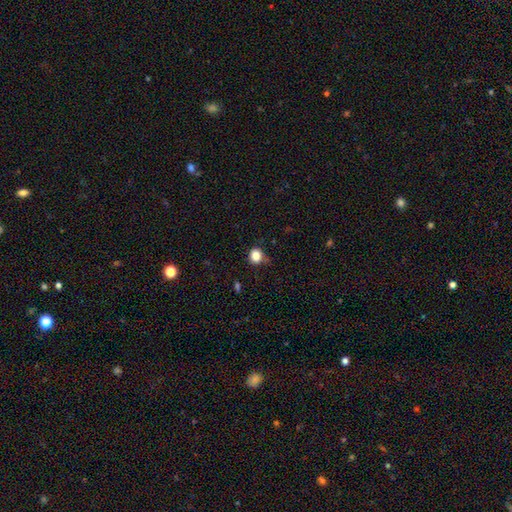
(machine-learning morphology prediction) type=smooth (83%); roundness=round (81%); merging=none (75%).